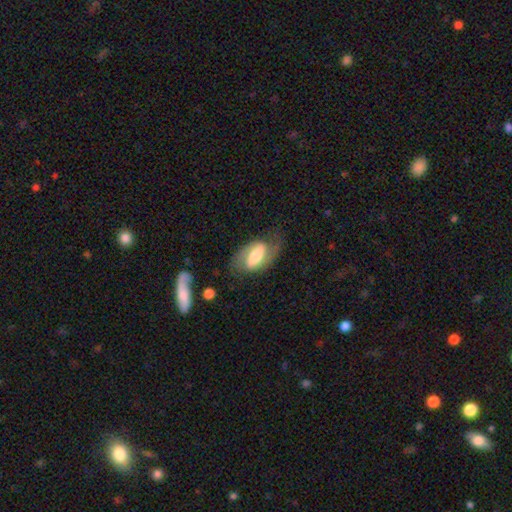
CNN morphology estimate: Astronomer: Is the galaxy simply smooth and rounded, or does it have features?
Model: featured or disk — 65%.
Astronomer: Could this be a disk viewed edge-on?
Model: no — 92%.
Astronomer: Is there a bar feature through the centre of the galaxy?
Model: strong — 50% (runner-up: weak, 33%).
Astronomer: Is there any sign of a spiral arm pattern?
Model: yes — 84%.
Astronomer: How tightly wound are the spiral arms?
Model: medium — 44% (runner-up: loose, 35%).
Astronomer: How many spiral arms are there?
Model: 2 — 84%.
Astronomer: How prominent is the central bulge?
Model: moderate — 53%.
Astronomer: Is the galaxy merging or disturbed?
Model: none — 60%.